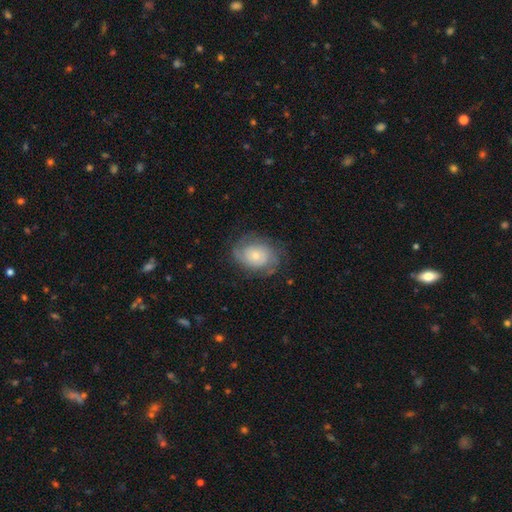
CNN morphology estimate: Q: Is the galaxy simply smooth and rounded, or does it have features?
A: featured or disk — 63%.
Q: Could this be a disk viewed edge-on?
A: no — 97%.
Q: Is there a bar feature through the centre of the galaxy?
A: no — 81%.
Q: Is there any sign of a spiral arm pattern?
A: yes — 85%.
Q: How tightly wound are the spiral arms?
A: tight — 55%.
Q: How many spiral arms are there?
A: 2 — 39%.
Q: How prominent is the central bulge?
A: small — 62%.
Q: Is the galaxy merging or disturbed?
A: none — 70%.